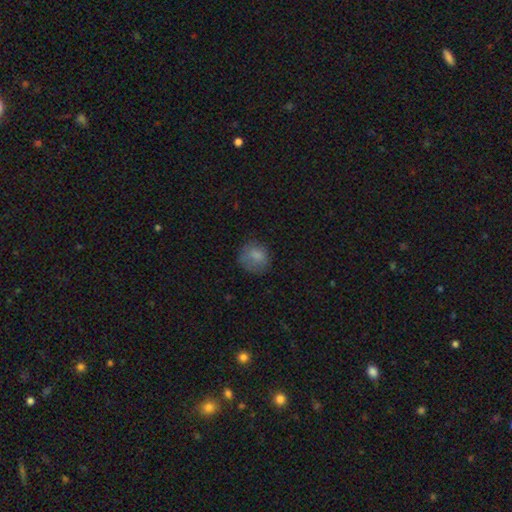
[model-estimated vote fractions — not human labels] smooth_or_featured: smooth (p=0.79) [alt: star or artifact p=0.11]
how_rounded: round (p=0.76) [alt: in between p=0.23]
merging: none (p=0.66) [alt: minor disturbance p=0.22]